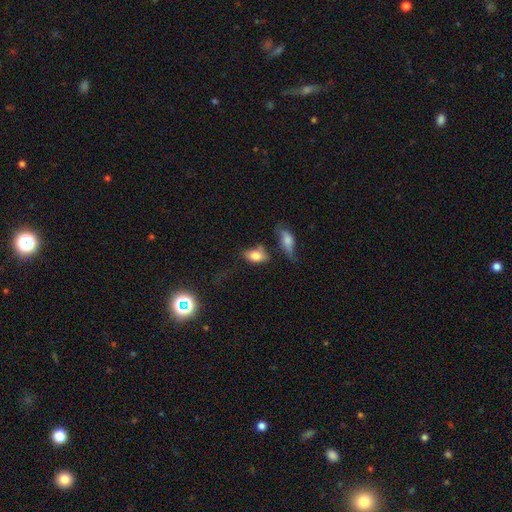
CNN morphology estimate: Q: Smooth or featured?
A: smooth (76%); runner-up: featured or disk (15%)
Q: How rounded?
A: in between (86%); runner-up: round (9%)
Q: Merging?
A: none (48%); runner-up: minor disturbance (25%)